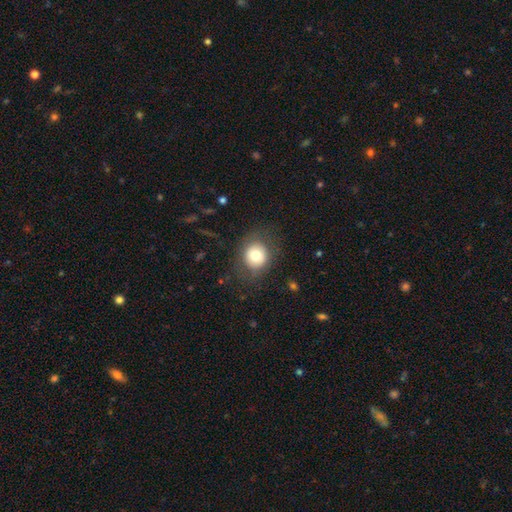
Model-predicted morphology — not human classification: This is likely a smooth galaxy (74%). How rounded: clearly round (80%). Merging: clearly none (81%).